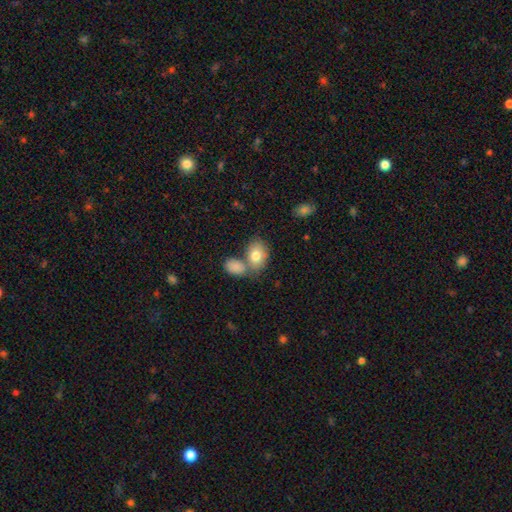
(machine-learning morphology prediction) type=smooth (79%); roundness=in between (79%); merging=none (46%).